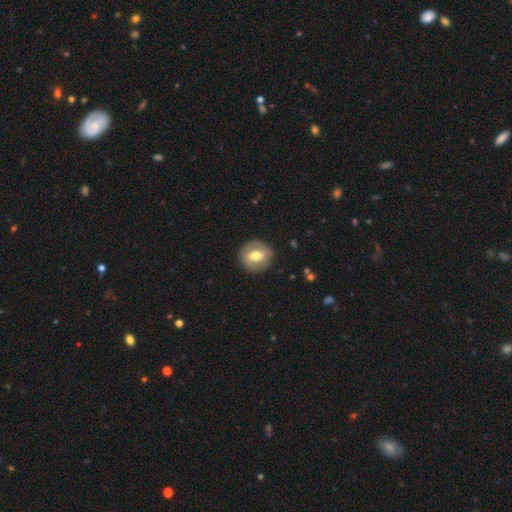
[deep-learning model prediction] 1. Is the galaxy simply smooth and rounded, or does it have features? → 48% featured or disk, 46% smooth, 6% star or artifact.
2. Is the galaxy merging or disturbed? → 86% none, 9% minor disturbance, 3% major disturbance, 1% merger.